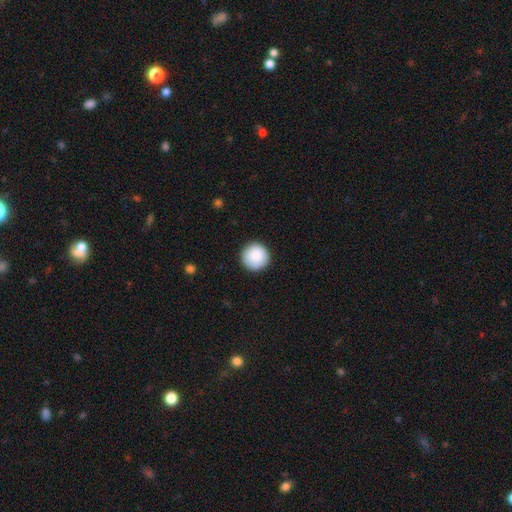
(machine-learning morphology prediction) A smooth galaxy with no disk features (88%) that is round (97%).

Vote fractions:
- Smooth or featured? smooth: 88% / star or artifact: 7% / featured or disk: 5%
- How rounded? round: 97% / in between: 2% / cigar-shaped: 1%
- Merging? none: 92% / minor disturbance: 6% / major disturbance: 2% / merger: 1%